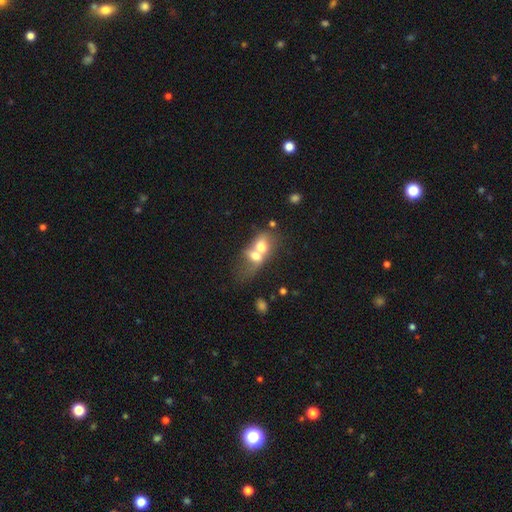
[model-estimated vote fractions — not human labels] Smooth or featured: smooth — 61% (featured or disk — 30%)
How rounded: in between — 63% (round — 34%)
Merging: merger — 79% (none — 10%)